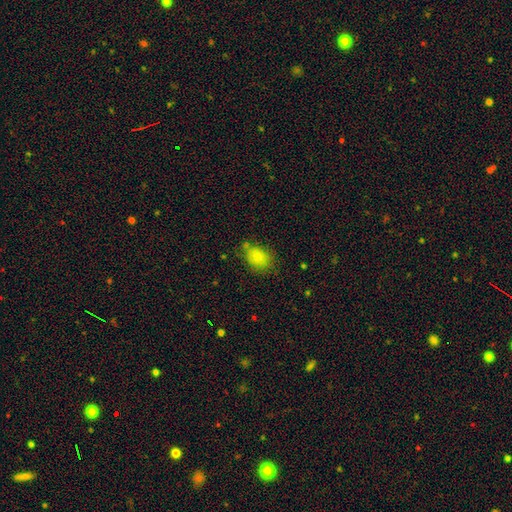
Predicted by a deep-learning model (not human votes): smooth 84%, star or artifact 10%, featured or disk 6%. Down the decision tree: how rounded — in between (71%); merging — none (67%).